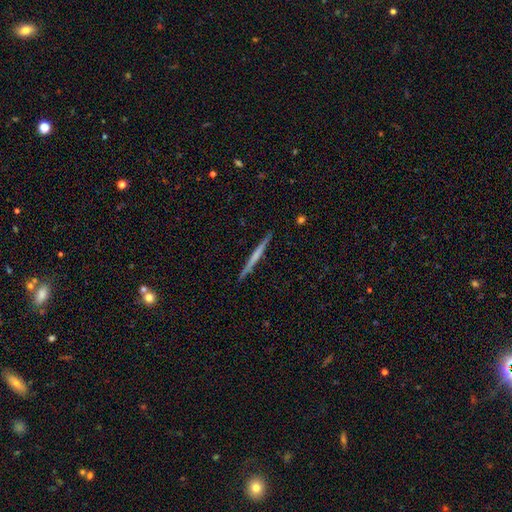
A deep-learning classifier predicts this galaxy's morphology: Smooth or featured: featured or disk — 54% (smooth — 41%)
Edge-on disk: yes — 98% (no — 2%)
Edge-on bulge: none — 81% (rounded — 13%)
Merging: none — 92% (minor disturbance — 6%)